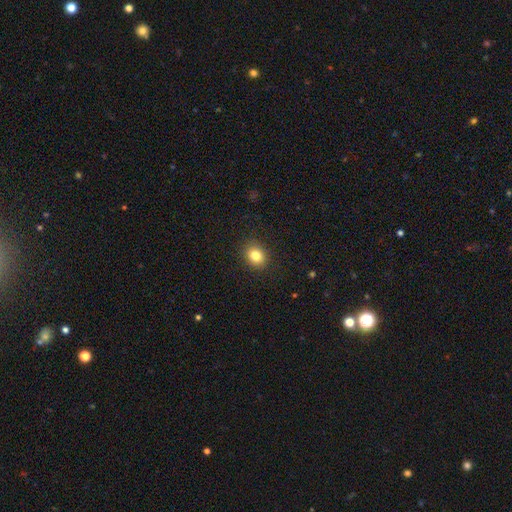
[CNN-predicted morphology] Overall: smooth (82%). How rounded: round (55%; in between 44%). Merging: none (89%).